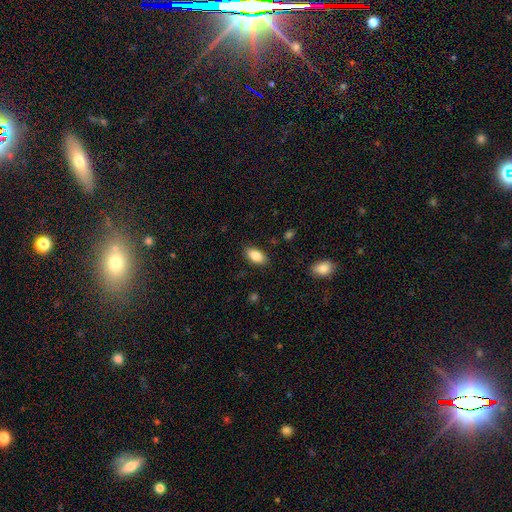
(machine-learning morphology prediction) This is clearly a smooth galaxy (86%). How rounded: clearly in between (91%). Merging: clearly none (85%).